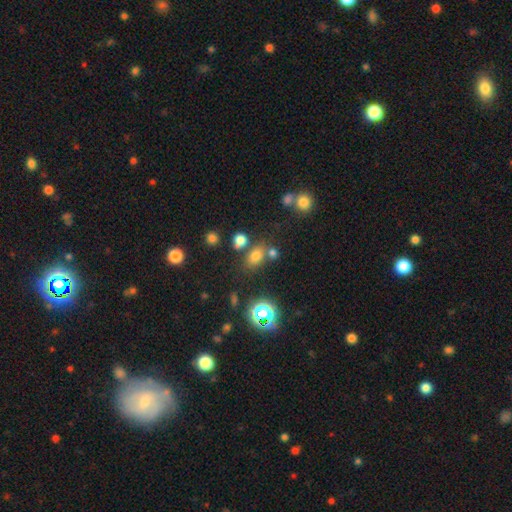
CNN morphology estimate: smooth 69%, star or artifact 22%, featured or disk 9%. Down the decision tree: how rounded — in between (67%); merging — none (64%).